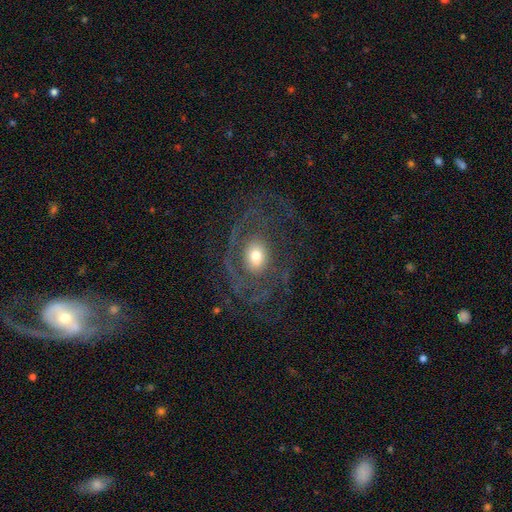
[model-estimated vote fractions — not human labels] Morphology: type=featured or disk (68%); edge-on=no (96%); bar=no (72%); spiral arms=yes (71%); bulge=moderate (57%); merging=none (57%).